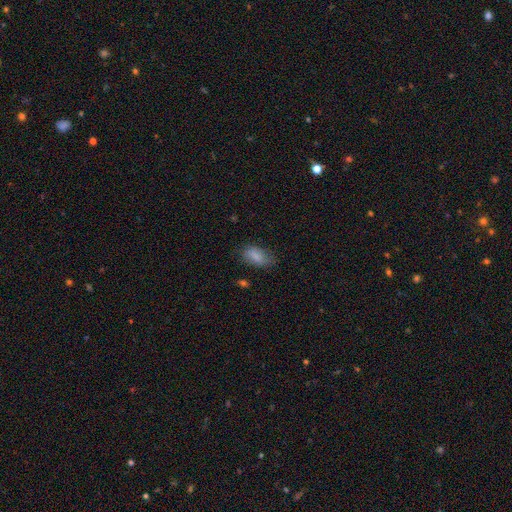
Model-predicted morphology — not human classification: This is clearly a smooth galaxy (82%). How rounded: clearly in between (91%). Merging: likely none (65%).